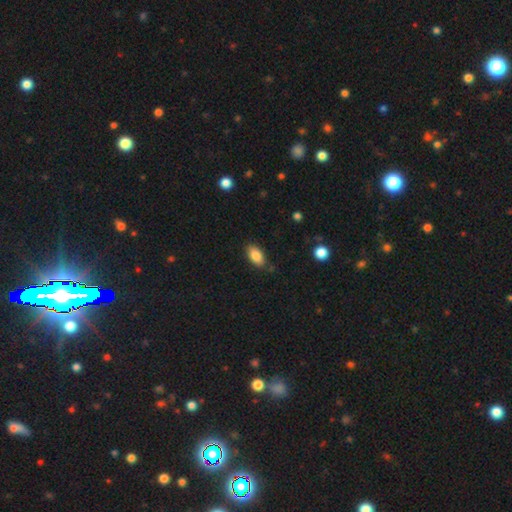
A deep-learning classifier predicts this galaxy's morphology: Overall: smooth (84%). How rounded: in between (92%). Merging: none (84%).